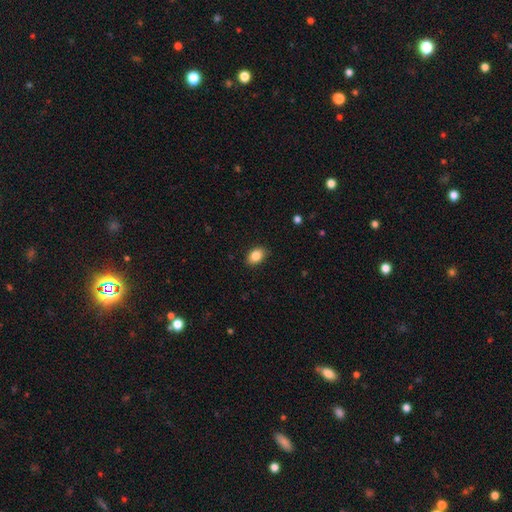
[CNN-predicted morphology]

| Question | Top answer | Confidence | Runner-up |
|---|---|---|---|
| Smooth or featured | smooth | 87% | star or artifact (8%) |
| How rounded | in between | 82% | round (17%) |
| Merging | none | 87% | minor disturbance (10%) |